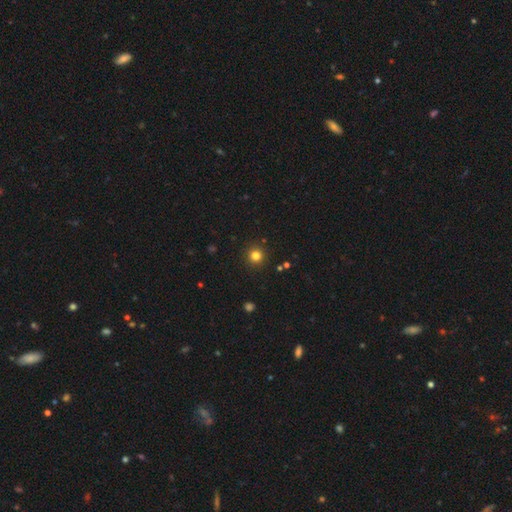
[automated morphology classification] A smooth galaxy with no disk features (81%) that is round (95%).

Vote fractions:
- Smooth or featured? smooth: 81% / star or artifact: 14% / featured or disk: 5%
- How rounded? round: 95% / in between: 4% / cigar-shaped: 1%
- Merging? none: 92% / minor disturbance: 5% / major disturbance: 2% / merger: 1%